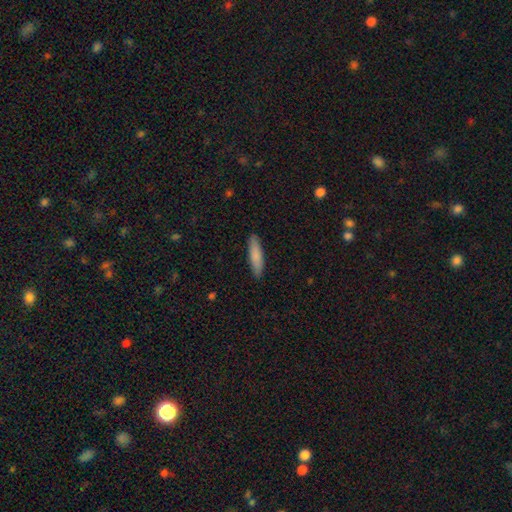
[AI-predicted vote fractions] The model was most divided on "how rounded": cigar-shaped: 76%, in between: 23%, round: 1%. More confident: merging — none (89%); smooth or featured — smooth (83%).